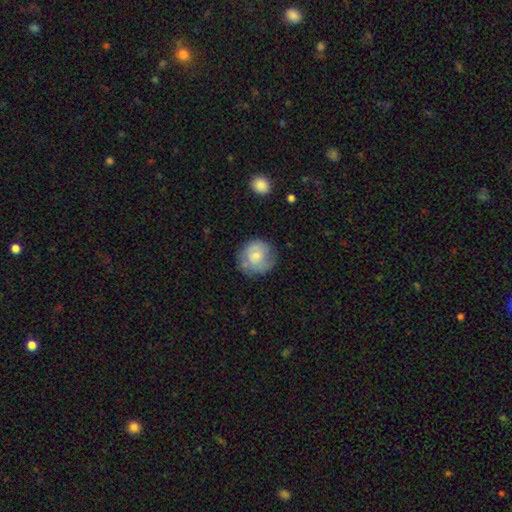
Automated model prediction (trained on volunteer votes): smooth-or-featured: smooth: 66% | featured or disk: 27% | star or artifact: 7%
  how-rounded: round: 87% | in between: 12% | cigar-shaped: 1%
  merging: none: 66% | minor disturbance: 23% | major disturbance: 8% | merger: 2%